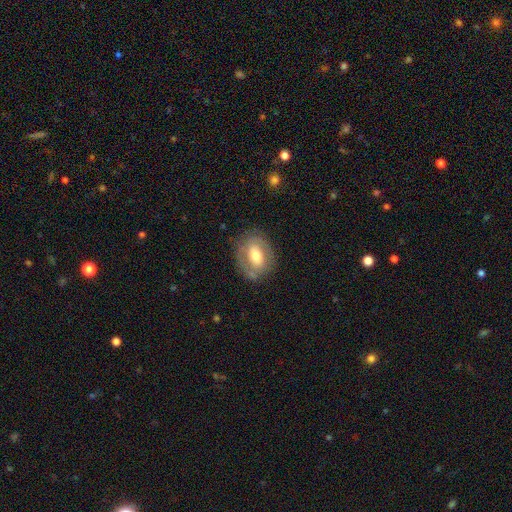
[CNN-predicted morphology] This is possibly a featured or disk galaxy (51%). It is clearly not viewed edge-on (93%). Merging: likely none (75%).